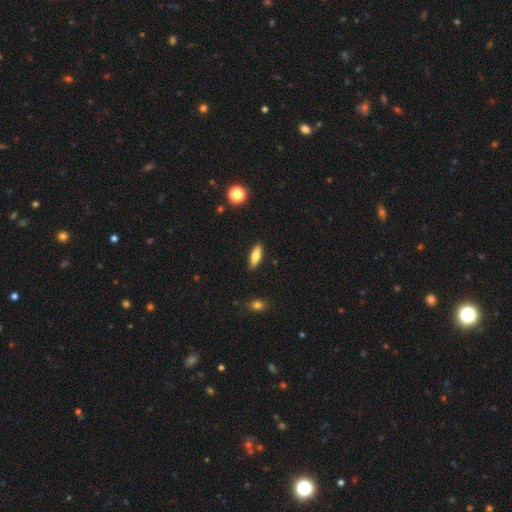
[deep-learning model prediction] A smooth galaxy with no disk features (70%) that is in between round and cigar-shaped (59%). Merging: none (86%).